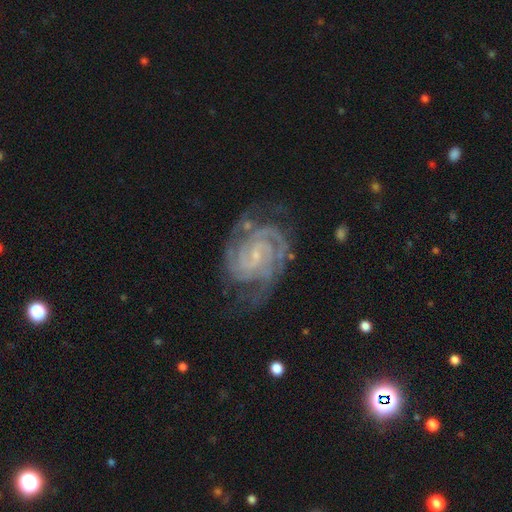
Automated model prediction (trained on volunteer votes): smooth_or_featured: featured or disk (p=0.92) [alt: star or artifact p=0.05]
disk_edge_on: no (p=0.98) [alt: yes p=0.02]
bar: no (p=0.43) [alt: weak p=0.41]
has_spiral_arms: yes (p=0.99) [alt: no p=0.01]
spiral_winding: tight (p=0.73) [alt: medium p=0.24]
spiral_arm_count: 2 (p=0.52) [alt: 3 p=0.19]
bulge_size: small (p=0.81) [alt: moderate p=0.10]
merging: none (p=0.71) [alt: minor disturbance p=0.19]